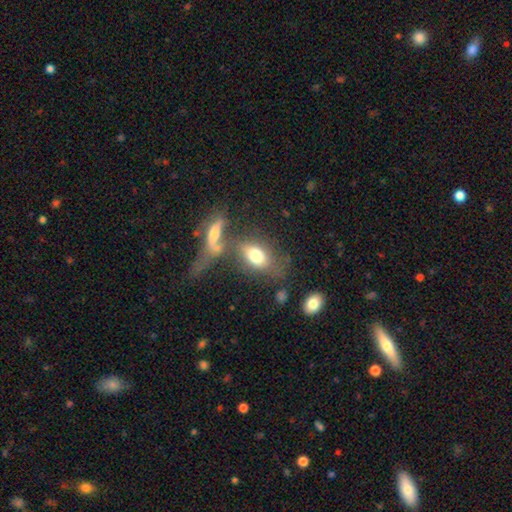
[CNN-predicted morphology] Smooth or featured? smooth (72%)
How rounded? in between (83%)
Merging? none (41%)